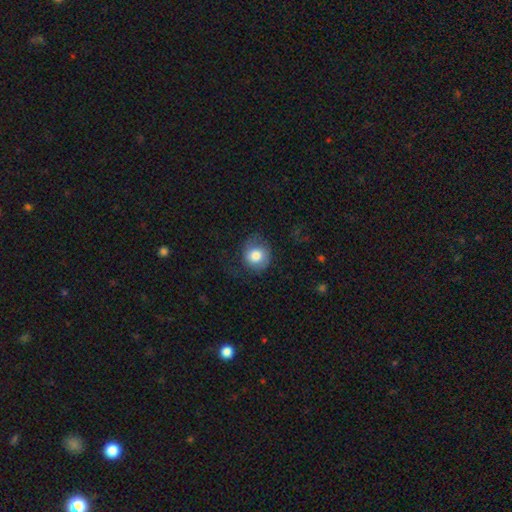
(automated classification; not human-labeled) smooth_or_featured: smooth (p=0.77) [alt: featured or disk p=0.15]
how_rounded: round (p=0.80) [alt: in between p=0.19]
merging: none (p=0.61) [alt: minor disturbance p=0.22]